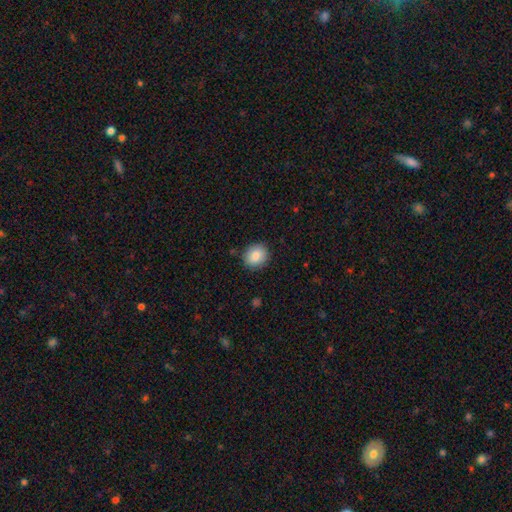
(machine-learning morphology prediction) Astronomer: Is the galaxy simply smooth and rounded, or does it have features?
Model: smooth — 87%.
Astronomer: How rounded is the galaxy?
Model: round — 68%.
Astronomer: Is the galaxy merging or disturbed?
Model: none — 87%.